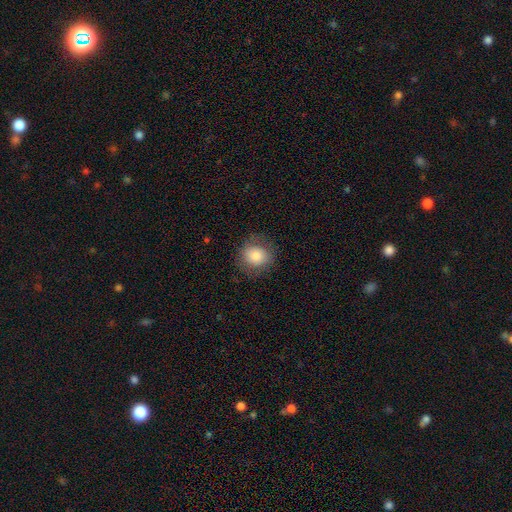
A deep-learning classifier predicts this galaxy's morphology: Smooth or featured? smooth (80%)
How rounded? round (71%)
Merging? none (80%)